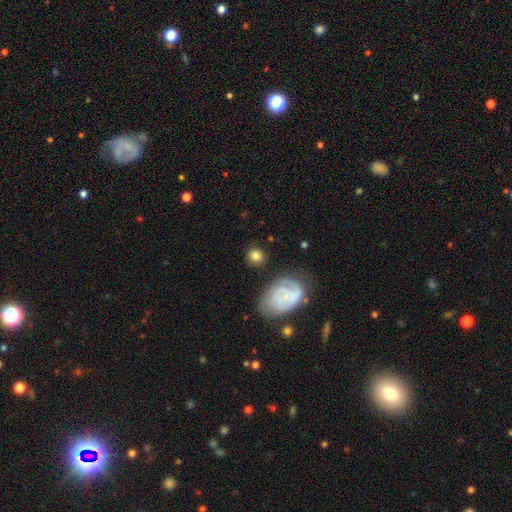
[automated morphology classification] Smooth or featured: smooth — 74% (featured or disk — 18%)
How rounded: round — 80% (in between — 19%)
Merging: none — 80% (minor disturbance — 11%)